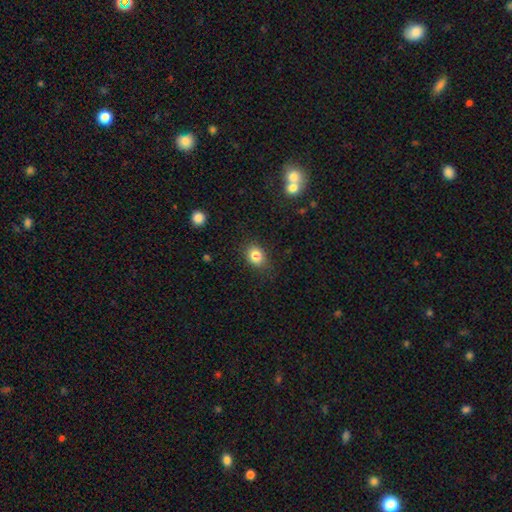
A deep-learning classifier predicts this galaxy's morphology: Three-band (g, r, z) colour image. It shows a smooth galaxy with no disk features (85%) that is in between round and cigar-shaped (57%). Merging: none (80%).